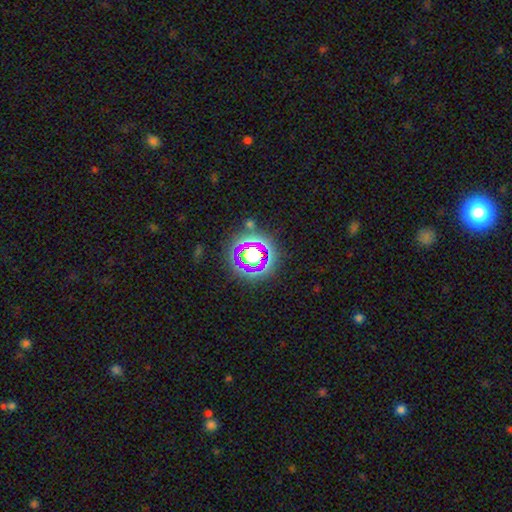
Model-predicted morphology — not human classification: A star or artifact, not a galaxy (55%).